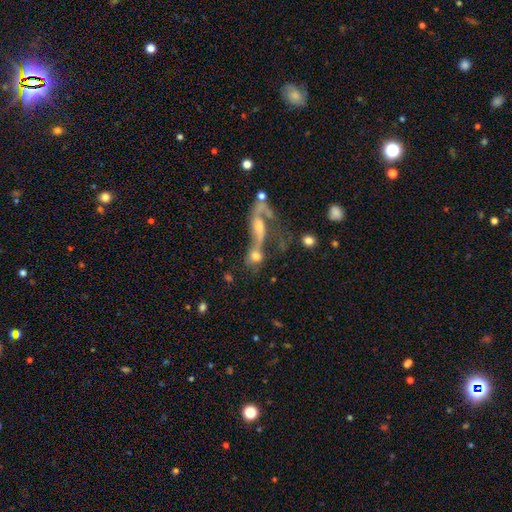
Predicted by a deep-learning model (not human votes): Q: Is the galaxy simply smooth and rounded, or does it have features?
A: featured or disk — 47%.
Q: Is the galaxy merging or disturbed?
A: merger — 53%.